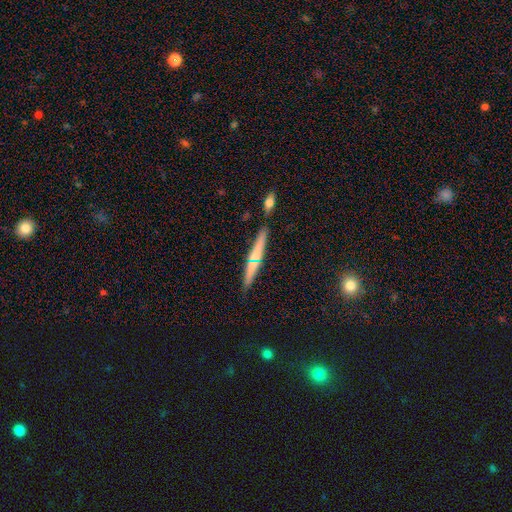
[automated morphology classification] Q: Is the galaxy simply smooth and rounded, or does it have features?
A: featured or disk — 60%.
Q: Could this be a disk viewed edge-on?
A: yes — 96%.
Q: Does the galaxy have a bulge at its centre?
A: rounded — 56%.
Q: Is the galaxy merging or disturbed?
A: none — 85%.